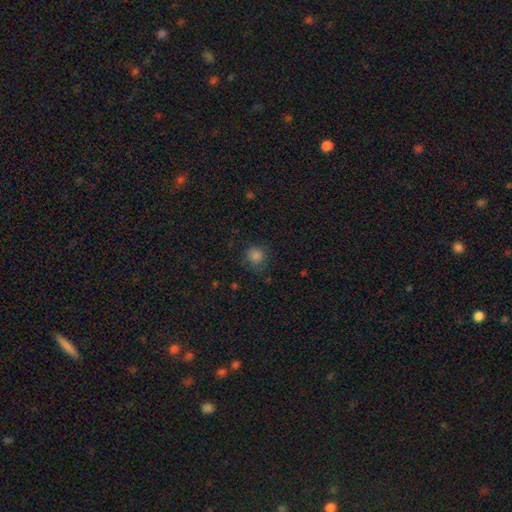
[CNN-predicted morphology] Overall: smooth (81%). How rounded: round (92%). Merging: none (83%).